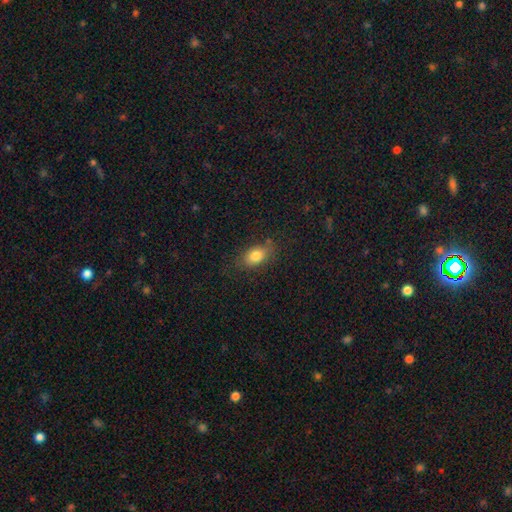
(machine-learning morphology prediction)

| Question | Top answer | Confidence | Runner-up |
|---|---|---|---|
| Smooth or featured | smooth | 80% | featured or disk (10%) |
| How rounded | in between | 83% | round (14%) |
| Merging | none | 76% | minor disturbance (17%) |